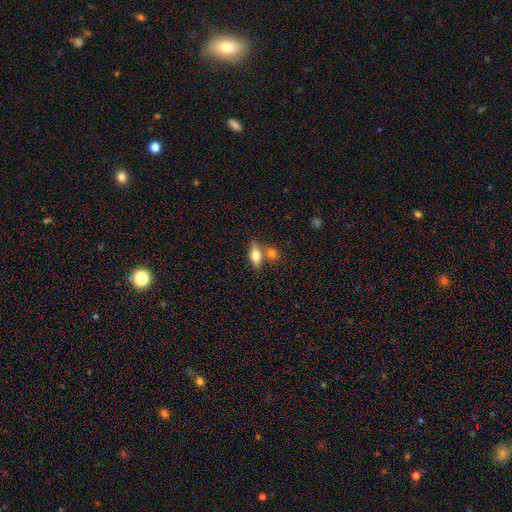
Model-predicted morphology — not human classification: Q: Smooth or featured?
A: smooth (69%); runner-up: featured or disk (23%)
Q: How rounded?
A: in between (74%); runner-up: cigar-shaped (18%)
Q: Merging?
A: none (59%); runner-up: merger (26%)